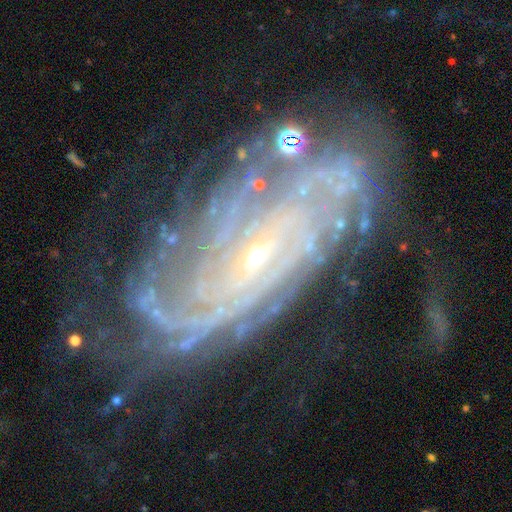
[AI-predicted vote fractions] This appears to be a featured or disk galaxy (90%) with no bar (58%), tight (67%) spiral arms (97%) and a small central bulge (86%). Merging: none (65%).